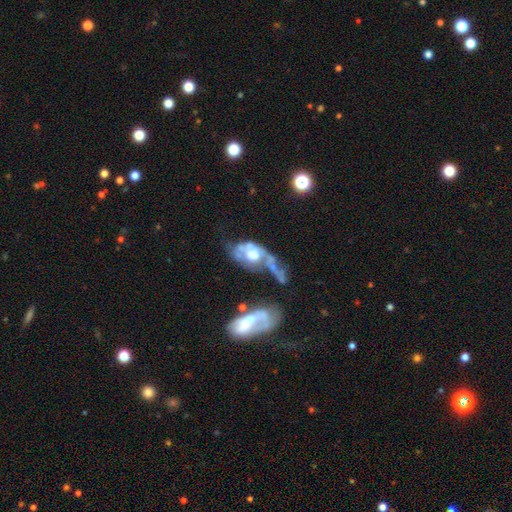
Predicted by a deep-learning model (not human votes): Smooth or featured? featured or disk (63%)
Edge-on disk? no (90%)
Bar? no (83%)
Spiral arms? no (70%)
Bulge size? moderate (53%)
Merging? merger (38%)